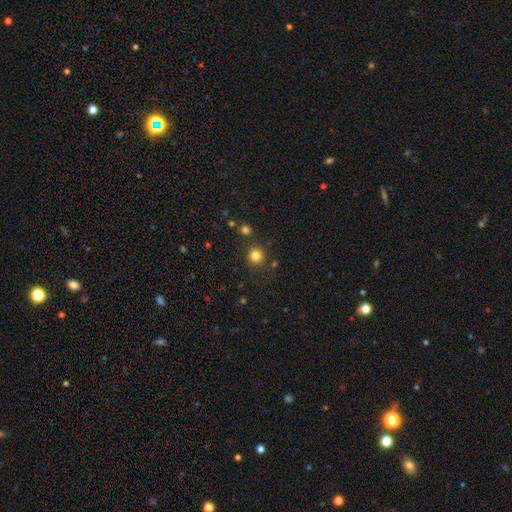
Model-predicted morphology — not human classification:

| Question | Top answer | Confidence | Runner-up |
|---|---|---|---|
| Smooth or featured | smooth | 82% | star or artifact (14%) |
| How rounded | round | 93% | in between (6%) |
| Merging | none | 85% | minor disturbance (8%) |